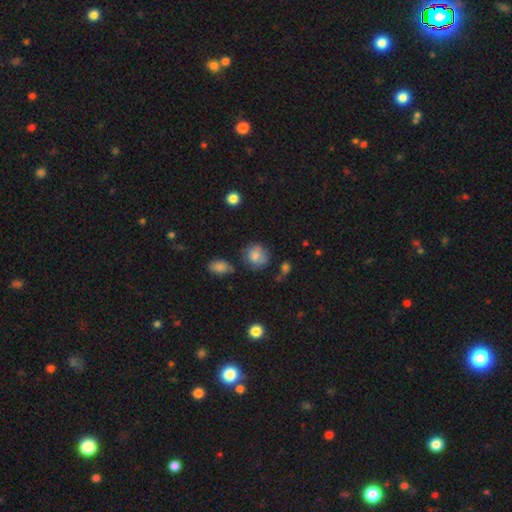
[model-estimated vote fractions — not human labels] The model was most divided on "merging": none: 61%, minor disturbance: 25%, major disturbance: 9%, merger: 6%. More confident: how rounded — round (80%); smooth or featured — smooth (75%).